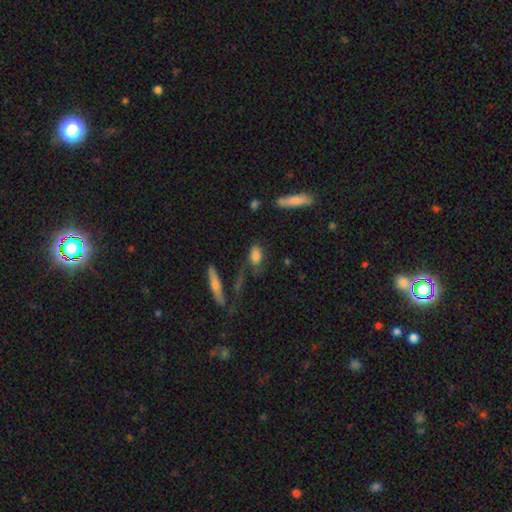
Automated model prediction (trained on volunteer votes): Smooth or featured? Predicted: smooth (p=0.79). How rounded? Predicted: in between (p=0.83). Merging? Predicted: none (p=0.61).